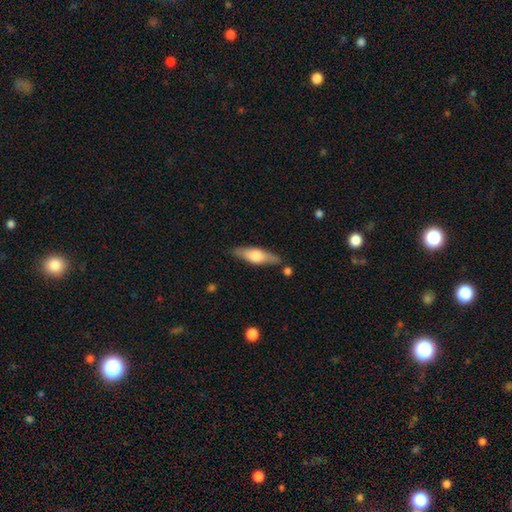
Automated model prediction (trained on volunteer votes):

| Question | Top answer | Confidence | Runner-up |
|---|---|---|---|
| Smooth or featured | smooth | 52% | featured or disk (43%) |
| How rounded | cigar-shaped | 54% | in between (43%) |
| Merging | none | 80% | minor disturbance (13%) |